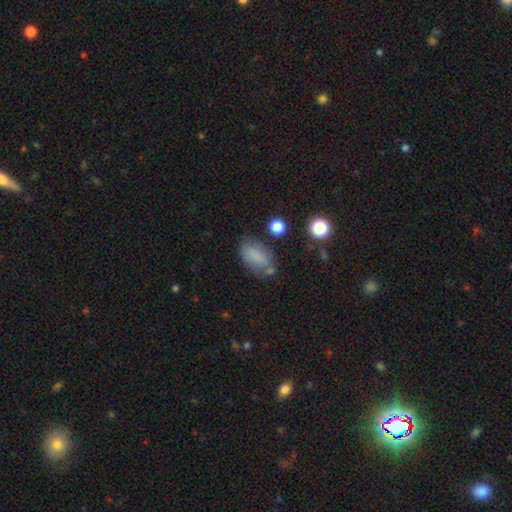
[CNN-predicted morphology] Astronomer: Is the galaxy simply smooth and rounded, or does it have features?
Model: smooth — 78%.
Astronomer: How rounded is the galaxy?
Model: in between — 90%.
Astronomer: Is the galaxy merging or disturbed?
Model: none — 58%.